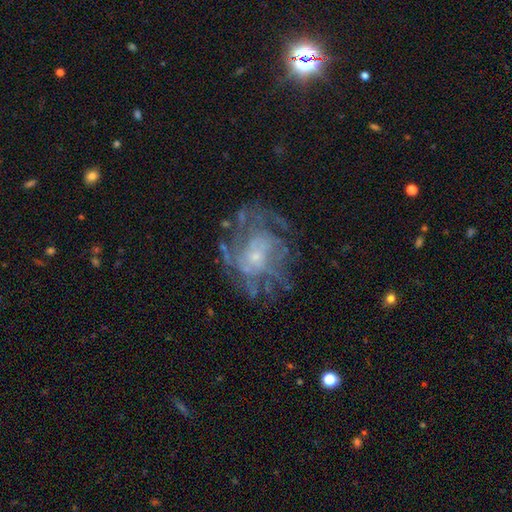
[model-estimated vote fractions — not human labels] Morphology: type=featured or disk (76%); edge-on=no (97%); bar=no (77%); spiral arms=yes (67%); bulge=small (71%); merging=none (61%).